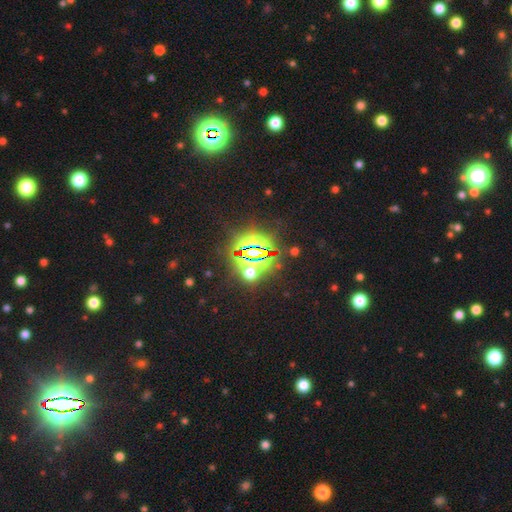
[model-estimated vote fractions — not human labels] A star or artifact, not a galaxy (83%).